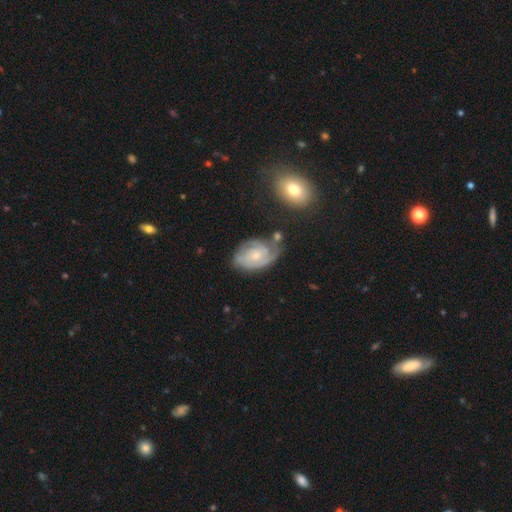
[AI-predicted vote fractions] The model was most divided on "spiral arm count": 2: 43%, can't tell: 25%, 3: 18%, 1: 8%, 4: 4%, more than 4: 3%. More confident: edge-on disk — no (97%); spiral arms — yes (93%); smooth or featured — featured or disk (79%); bar — no (65%); bulge size — small (62%); spiral winding — tight (61%); merging — none (55%).